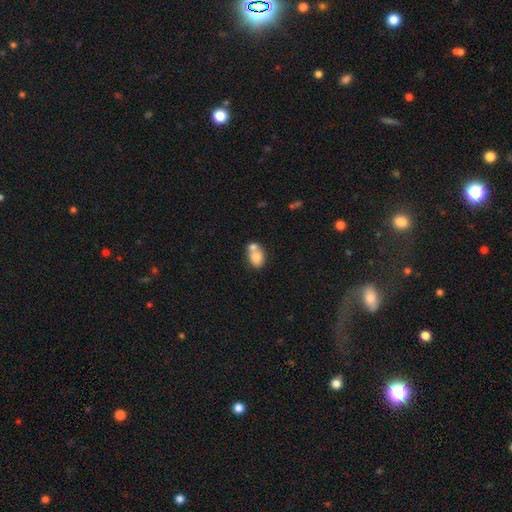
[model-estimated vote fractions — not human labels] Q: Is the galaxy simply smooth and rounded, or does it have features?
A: smooth — 76%.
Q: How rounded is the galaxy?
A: in between — 62%.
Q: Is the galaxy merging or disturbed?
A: merger — 56%.